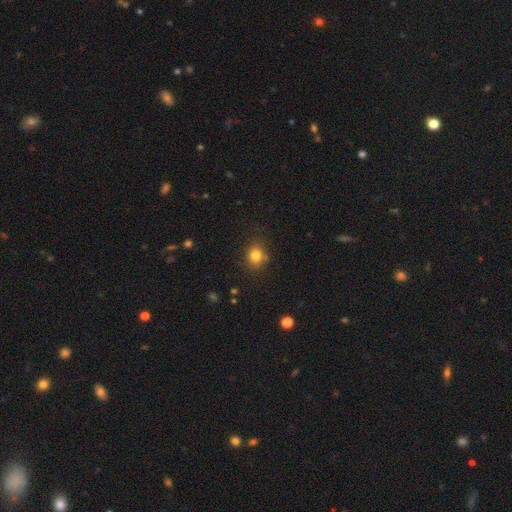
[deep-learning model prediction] smooth_or_featured: smooth (p=0.81) [alt: star or artifact p=0.12]
how_rounded: round (p=0.64) [alt: in between p=0.35]
merging: none (p=0.79) [alt: minor disturbance p=0.13]